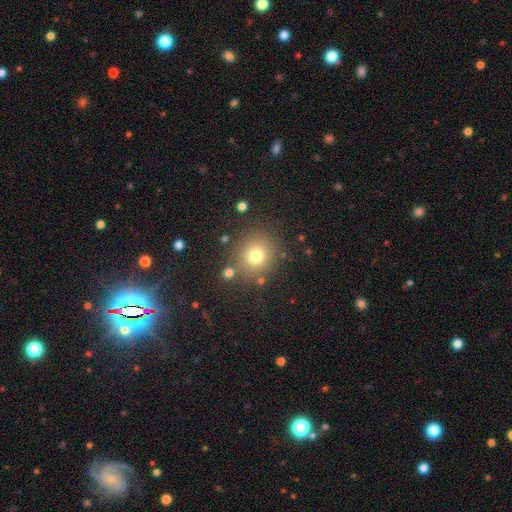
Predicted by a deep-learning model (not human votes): Smooth or featured? Predicted: smooth (p=0.74). How rounded? Predicted: round (p=0.87). Merging? Predicted: none (p=0.80).